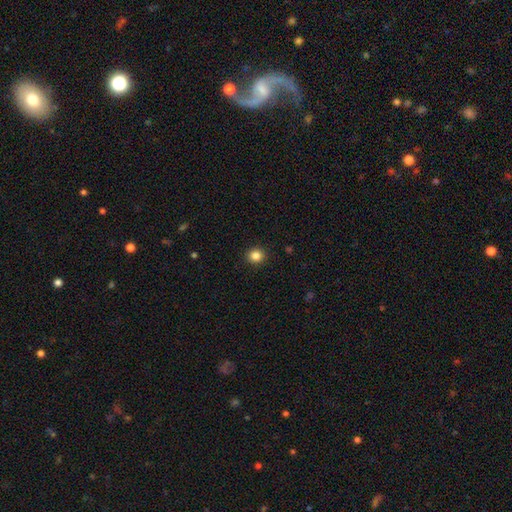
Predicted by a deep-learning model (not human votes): Smooth or featured?
  - smooth: 85% *
  - star or artifact: 11%
  - featured or disk: 4%
How rounded?
  - round: 87% *
  - in between: 12%
  - cigar-shaped: 1%
Merging?
  - none: 92% *
  - minor disturbance: 6%
  - major disturbance: 2%
  - merger: 1%